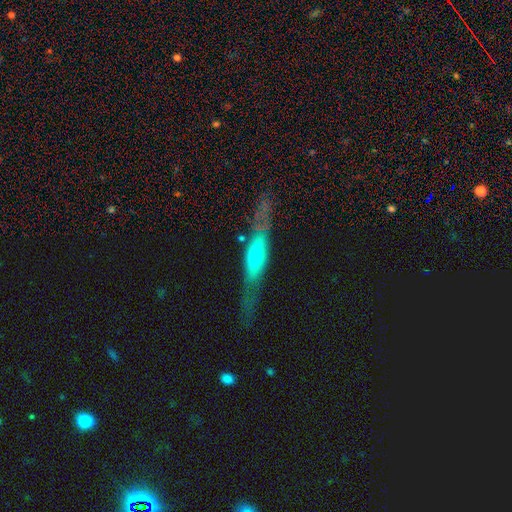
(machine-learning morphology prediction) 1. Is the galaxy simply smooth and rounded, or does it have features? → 47% featured or disk, 46% smooth, 7% star or artifact.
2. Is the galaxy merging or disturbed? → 55% none, 23% minor disturbance, 16% major disturbance, 6% merger.